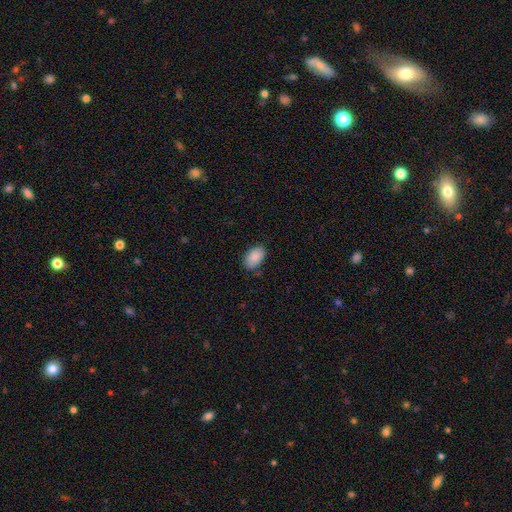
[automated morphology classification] Smooth or featured?
  - smooth: 89% *
  - star or artifact: 7%
  - featured or disk: 4%
How rounded?
  - in between: 91% *
  - round: 8%
  - cigar-shaped: 1%
Merging?
  - none: 81% *
  - minor disturbance: 15%
  - major disturbance: 3%
  - merger: 1%